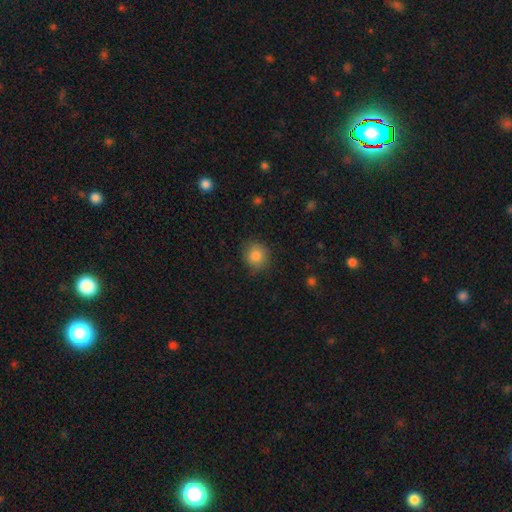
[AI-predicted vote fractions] Overall: smooth (85%). How rounded: round (86%). Merging: none (82%).